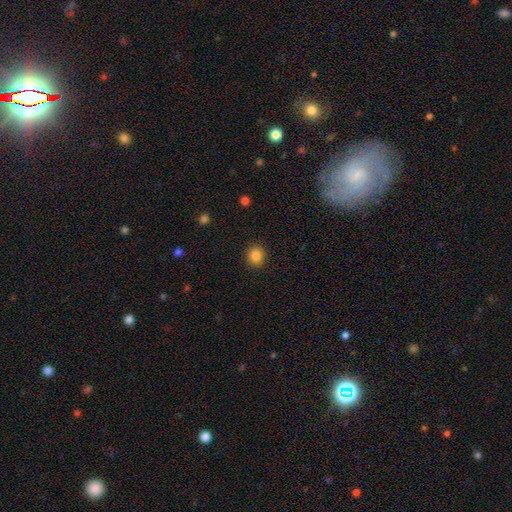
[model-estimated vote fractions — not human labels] Smooth or featured? smooth (85%)
How rounded? round (85%)
Merging? none (91%)